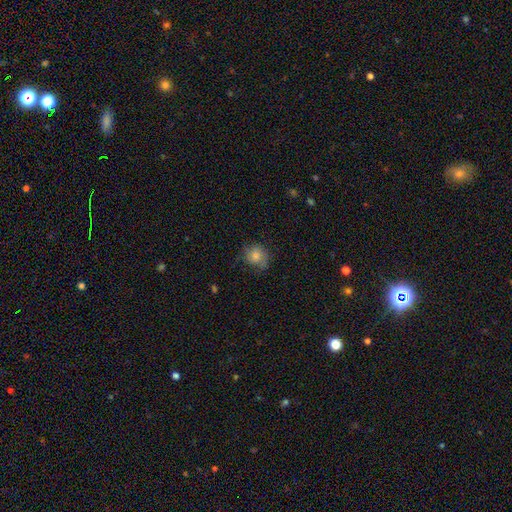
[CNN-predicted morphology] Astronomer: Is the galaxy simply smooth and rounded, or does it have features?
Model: smooth — 55% (runner-up: featured or disk, 33%).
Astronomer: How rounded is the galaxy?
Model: round — 76%.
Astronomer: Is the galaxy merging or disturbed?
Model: none — 66%.